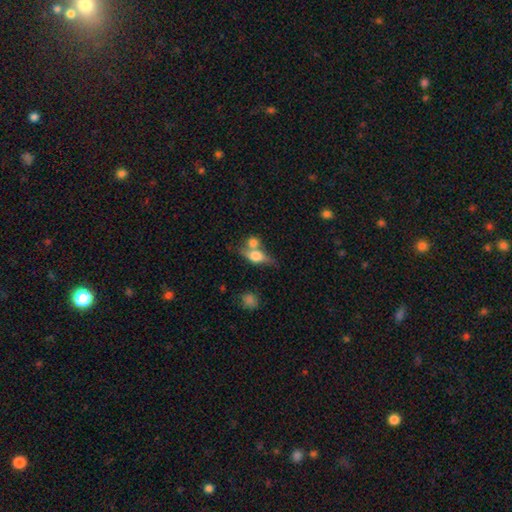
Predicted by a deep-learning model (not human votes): Smooth or featured: smooth — 54% (featured or disk — 37%)
How rounded: in between — 57% (cigar-shaped — 22%)
Merging: merger — 43% (none — 38%)